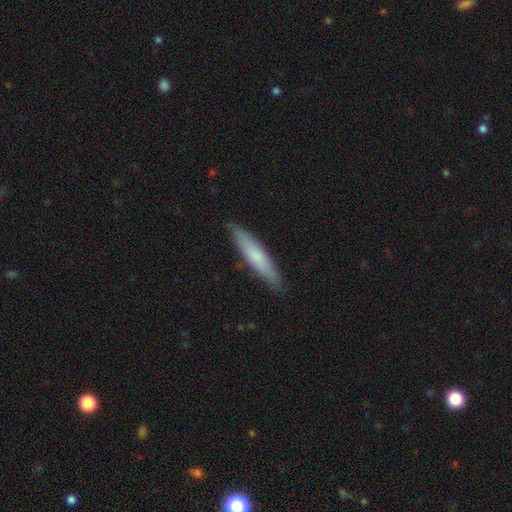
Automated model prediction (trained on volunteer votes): Smooth or featured? Predicted: smooth (p=0.69). How rounded? Predicted: cigar-shaped (p=0.88). Merging? Predicted: none (p=0.88).